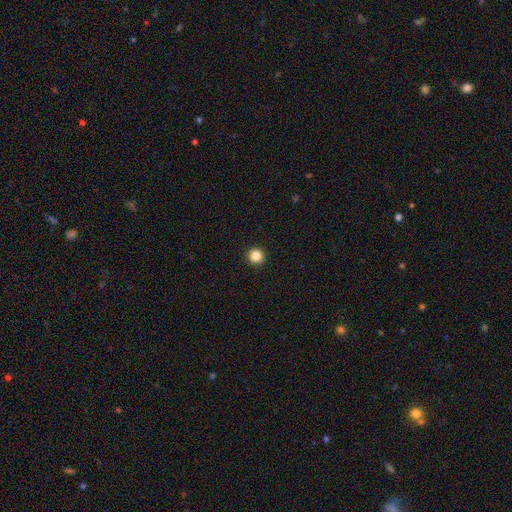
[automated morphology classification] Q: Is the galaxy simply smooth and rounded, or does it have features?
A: smooth — 85%.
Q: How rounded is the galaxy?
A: round — 96%.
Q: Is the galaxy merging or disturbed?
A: none — 94%.